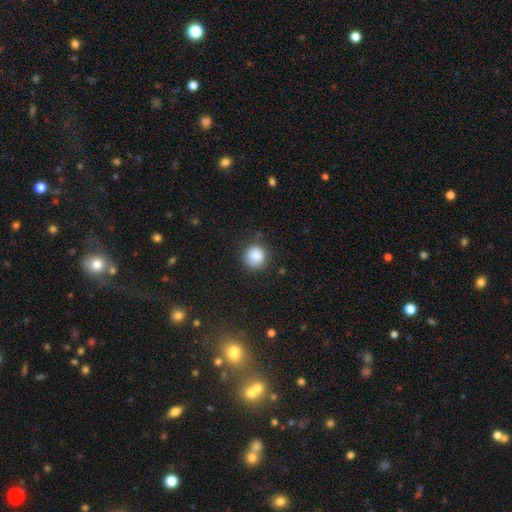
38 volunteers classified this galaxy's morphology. A smooth galaxy with no disk features (97%) that is round (92%). Merging: none (78%).